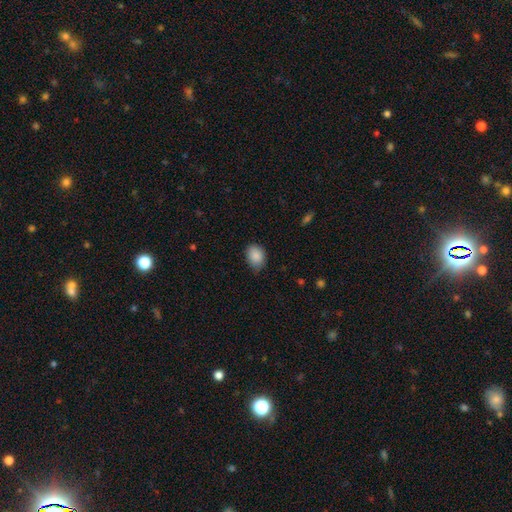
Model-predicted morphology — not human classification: Smooth or featured: smooth — 88% (star or artifact — 8%)
How rounded: in between — 63% (round — 36%)
Merging: none — 68% (minor disturbance — 27%)